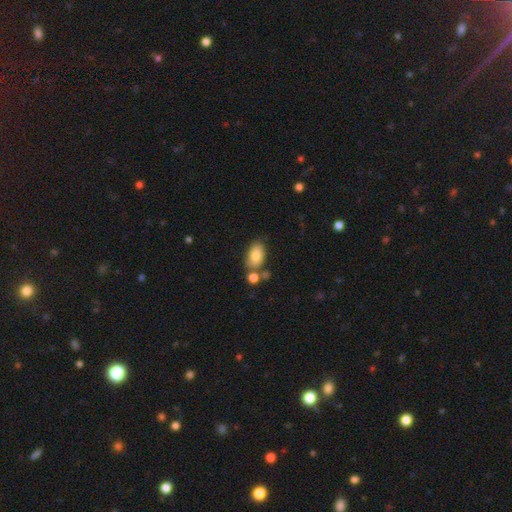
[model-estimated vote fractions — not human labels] The model was most divided on "merging": none: 62%, merger: 19%, minor disturbance: 15%, major disturbance: 4%. More confident: how rounded — in between (90%); smooth or featured — smooth (82%).